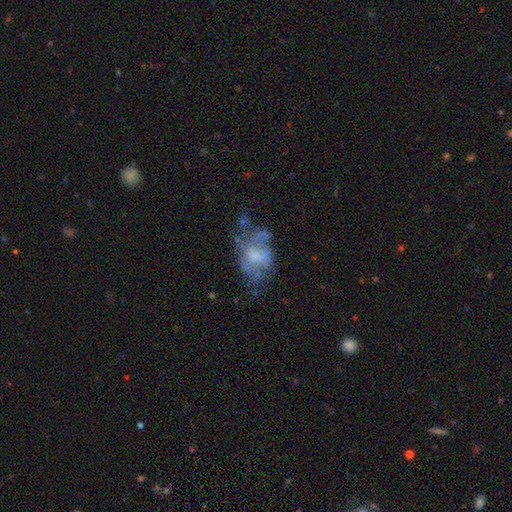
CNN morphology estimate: This is likely a featured or disk galaxy (64%). It is clearly not viewed edge-on (97%). Bar: likely no (64%). Spiral arm pattern: possibly no (51%). Central bulge: marginally moderate (33%). Merging: marginally none (40%).